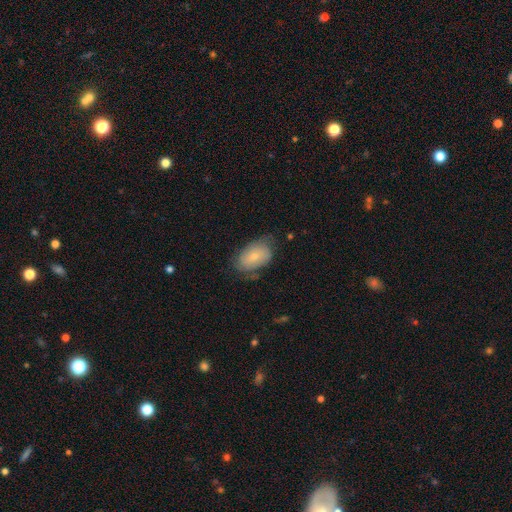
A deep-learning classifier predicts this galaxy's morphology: Overall: smooth (68%). How rounded: in between (90%). Merging: none (60%; minor disturbance 29%).